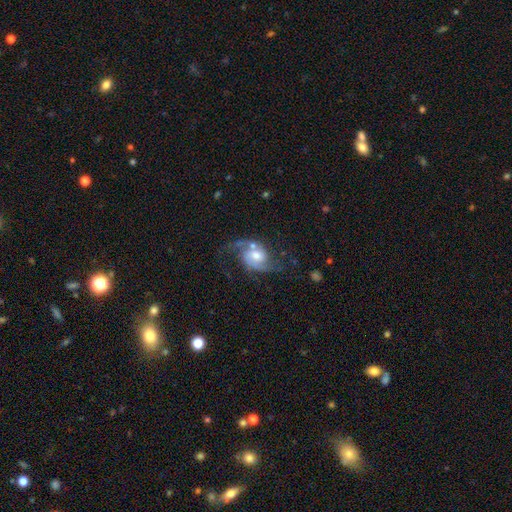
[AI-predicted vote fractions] smooth_or_featured: featured or disk (p=0.86) [alt: smooth p=0.09]
disk_edge_on: no (p=0.98) [alt: yes p=0.02]
bar: no (p=0.60) [alt: weak p=0.34]
has_spiral_arms: yes (p=0.96) [alt: no p=0.04]
spiral_winding: medium (p=0.46) [alt: loose p=0.41]
spiral_arm_count: 2 (p=0.92) [alt: can't tell p=0.03]
bulge_size: moderate (p=0.59) [alt: small p=0.21]
merging: none (p=0.62) [alt: minor disturbance p=0.18]